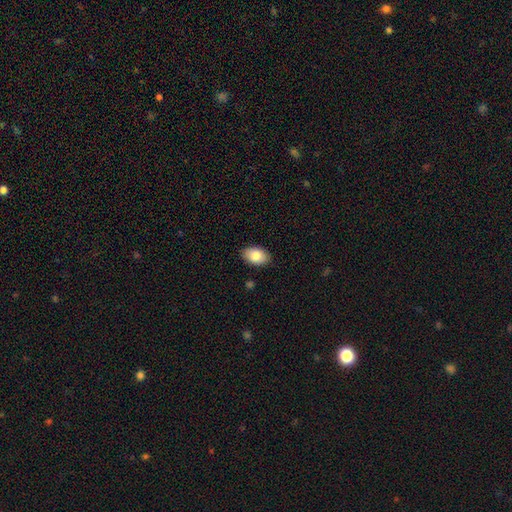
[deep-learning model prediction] This is clearly a smooth galaxy (86%). How rounded: clearly in between (91%). Merging: clearly none (88%).